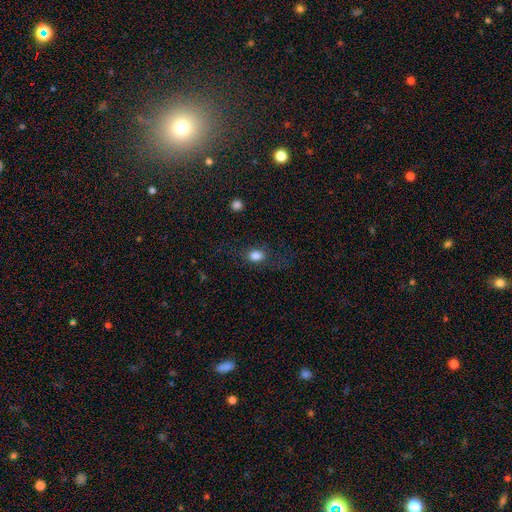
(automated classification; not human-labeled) Smooth or featured? smooth (83%)
How rounded? in between (58%)
Merging? none (72%)